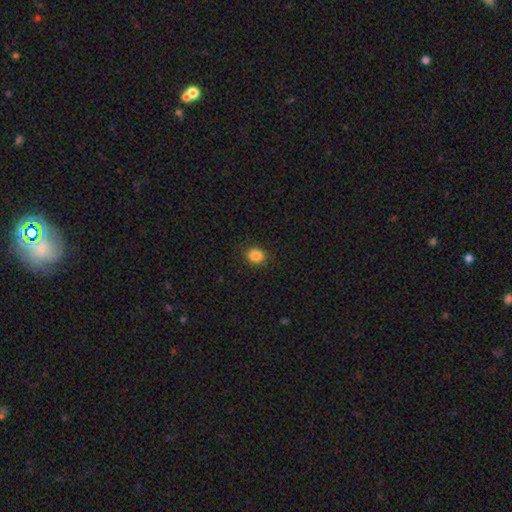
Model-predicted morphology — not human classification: Smooth or featured?
  - smooth: 87% *
  - star or artifact: 10%
  - featured or disk: 3%
How rounded?
  - round: 66% *
  - in between: 34%
  - cigar-shaped: 1%
Merging?
  - none: 90% *
  - minor disturbance: 7%
  - major disturbance: 2%
  - merger: 1%